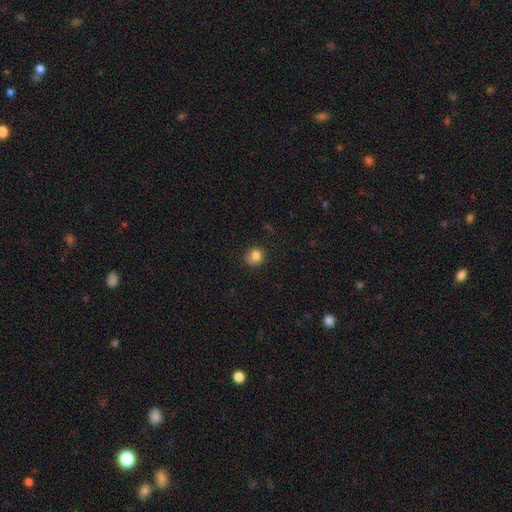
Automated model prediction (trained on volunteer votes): Morphology: type=smooth (81%); roundness=round (80%); merging=none (72%).